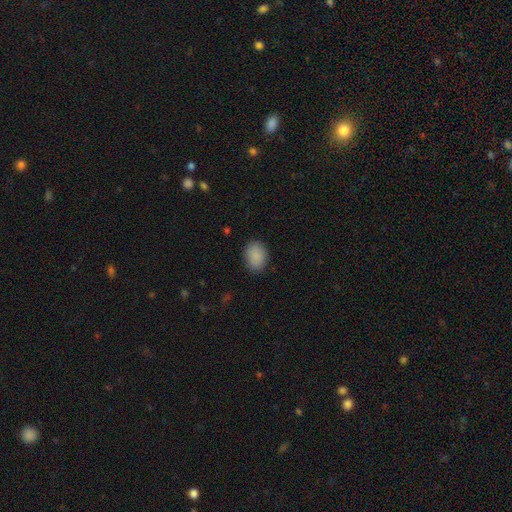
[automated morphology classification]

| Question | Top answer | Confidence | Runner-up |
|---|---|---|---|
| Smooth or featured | smooth | 89% | star or artifact (8%) |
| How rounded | in between | 69% | round (30%) |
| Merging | none | 84% | minor disturbance (12%) |